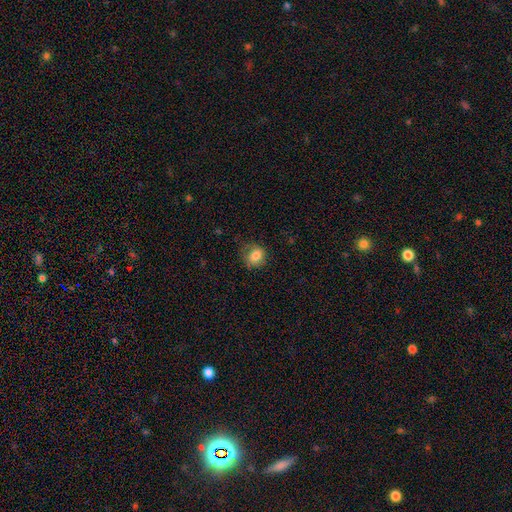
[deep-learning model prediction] smooth_or_featured: smooth (p=0.83) [alt: star or artifact p=0.10]
how_rounded: round (p=0.66) [alt: in between p=0.33]
merging: none (p=0.66) [alt: minor disturbance p=0.24]